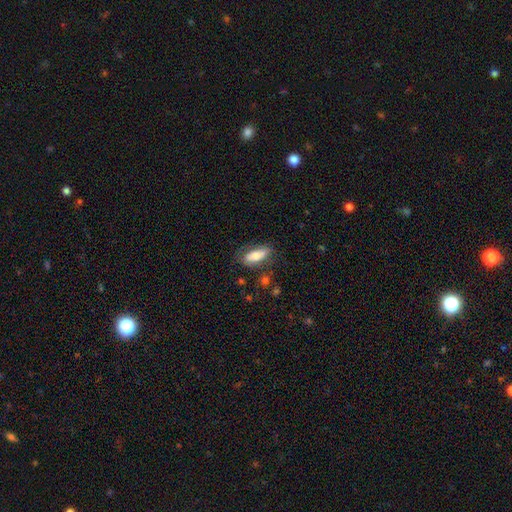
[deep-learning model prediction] Q: Smooth or featured?
A: smooth (67%); runner-up: featured or disk (27%)
Q: How rounded?
A: in between (74%); runner-up: cigar-shaped (23%)
Q: Merging?
A: none (66%); runner-up: minor disturbance (22%)